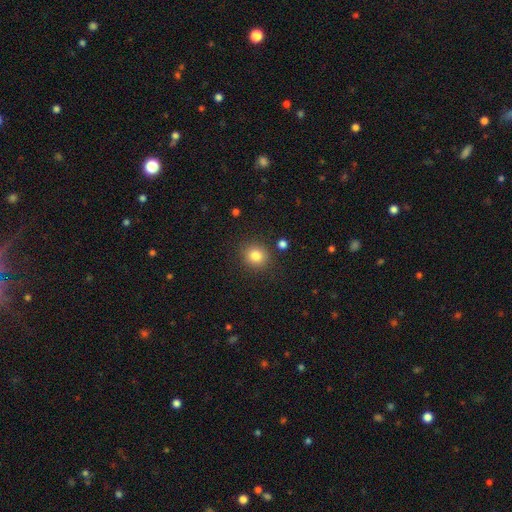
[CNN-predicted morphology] The model was most divided on "smooth or featured": smooth: 83%, star or artifact: 11%, featured or disk: 6%. More confident: merging — none (88%); how rounded — round (87%).